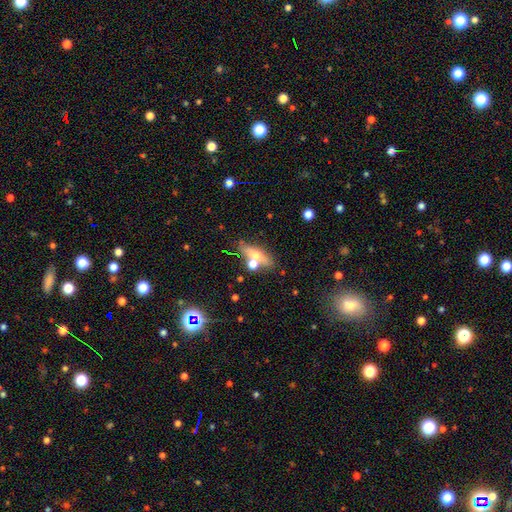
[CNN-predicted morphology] smooth-or-featured: smooth: 52% | featured or disk: 37% | star or artifact: 10%
  how-rounded: cigar-shaped: 46% | in between: 44% | round: 9%
  merging: none: 60% | merger: 22% | minor disturbance: 13% | major disturbance: 5%